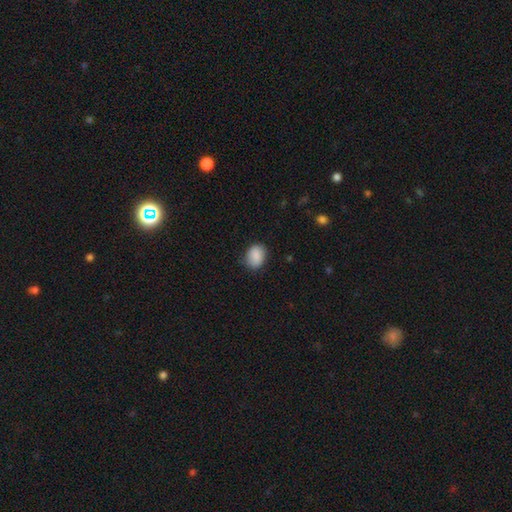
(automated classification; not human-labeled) smooth-or-featured: smooth: 88% | star or artifact: 7% | featured or disk: 5%
  how-rounded: in between: 62% | round: 37% | cigar-shaped: 1%
  merging: none: 80% | minor disturbance: 16% | major disturbance: 3% | merger: 1%